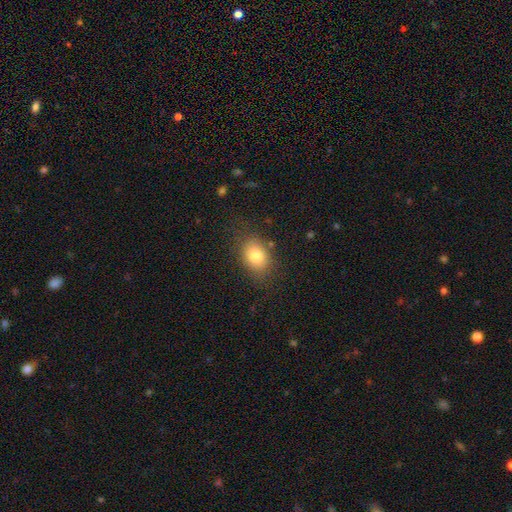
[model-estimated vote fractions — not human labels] Q: Smooth or featured?
A: smooth (82%); runner-up: star or artifact (9%)
Q: How rounded?
A: in between (66%); runner-up: round (33%)
Q: Merging?
A: none (78%); runner-up: minor disturbance (14%)